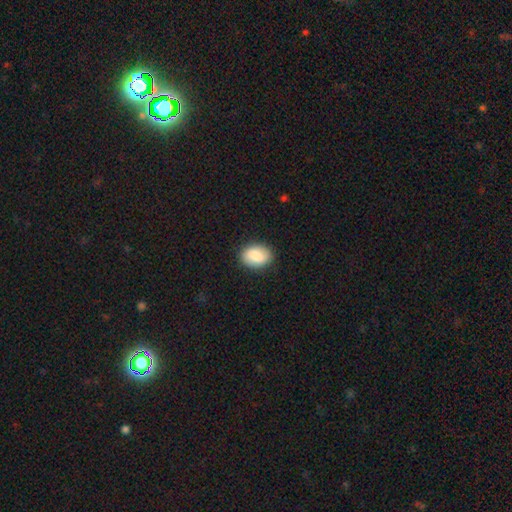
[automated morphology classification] smooth 85%, featured or disk 9%, star or artifact 6%. Down the decision tree: how rounded — in between (79%); merging — none (86%).